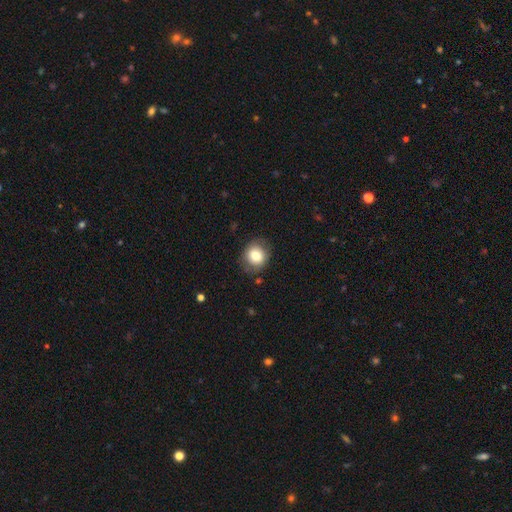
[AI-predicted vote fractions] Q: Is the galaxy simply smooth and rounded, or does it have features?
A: smooth — 78%.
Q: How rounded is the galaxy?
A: round — 72%.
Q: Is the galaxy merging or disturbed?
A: none — 80%.